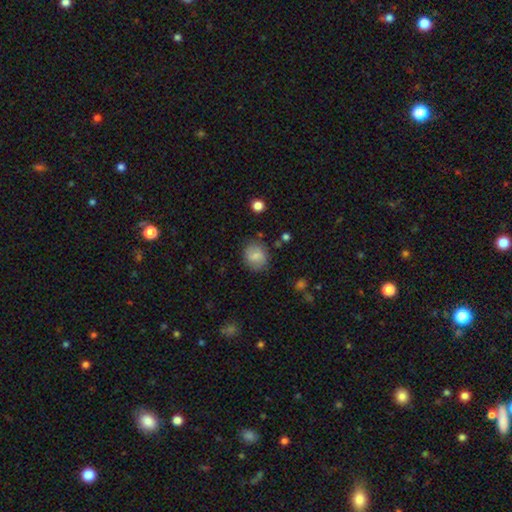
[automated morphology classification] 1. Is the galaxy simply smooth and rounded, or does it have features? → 76% smooth, 15% featured or disk, 8% star or artifact.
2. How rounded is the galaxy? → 66% round, 32% in between, 1% cigar-shaped.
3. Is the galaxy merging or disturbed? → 80% none, 14% minor disturbance, 4% major disturbance, 2% merger.